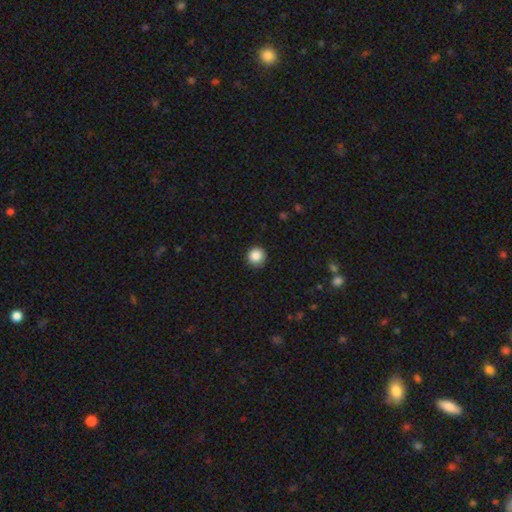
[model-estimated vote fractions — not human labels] smooth-or-featured: smooth: 87% | star or artifact: 9% | featured or disk: 3%
  how-rounded: round: 95% | in between: 4% | cigar-shaped: 1%
  merging: none: 90% | minor disturbance: 8% | major disturbance: 2% | merger: 1%